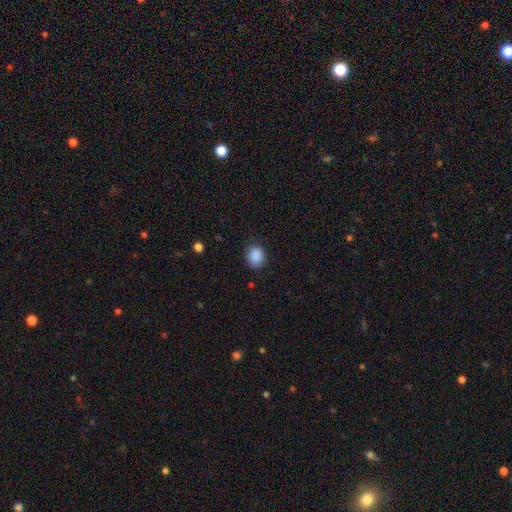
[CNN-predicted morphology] type=smooth (89%); roundness=round (59%); merging=none (85%).